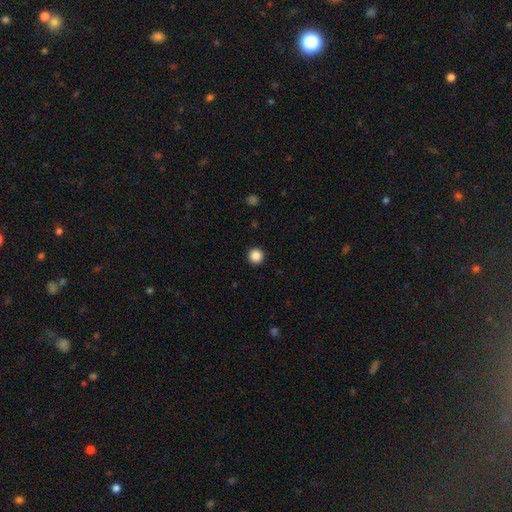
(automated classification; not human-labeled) Morphology: type=smooth (87%); roundness=round (96%); merging=none (93%).